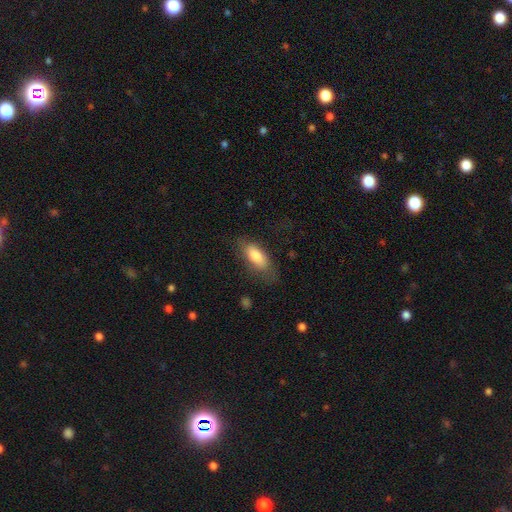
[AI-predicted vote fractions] Smooth or featured? Predicted: smooth (p=0.78). How rounded? Predicted: in between (p=0.81). Merging? Predicted: none (p=0.62).